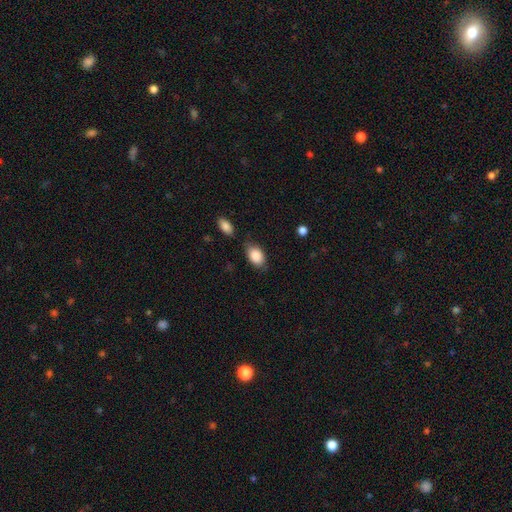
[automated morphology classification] This is clearly a smooth galaxy (87%). How rounded: clearly in between (87%). Merging: likely none (67%).